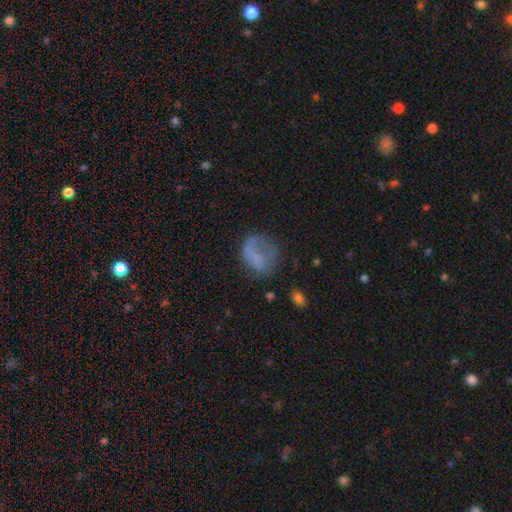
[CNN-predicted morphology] Smooth or featured? smooth (56%)
How rounded? round (60%)
Merging? none (40%)